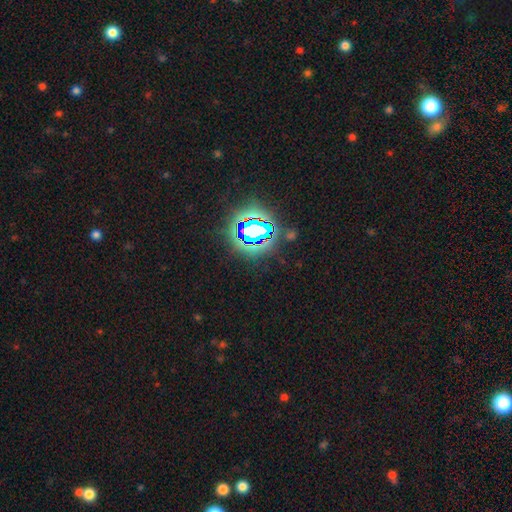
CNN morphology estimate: This is clearly a star or artifact rather than a galaxy (83%).